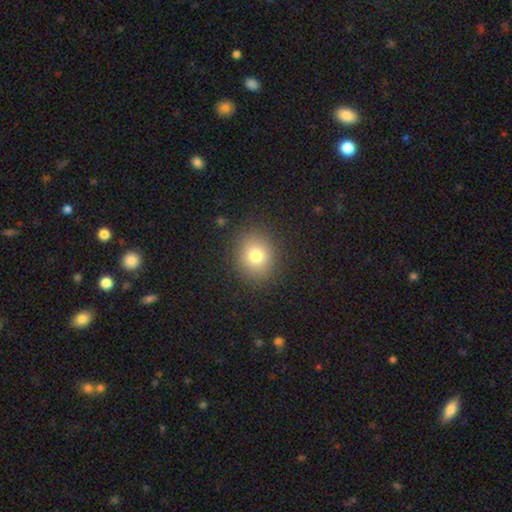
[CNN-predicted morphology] Smooth or featured? smooth (77%)
How rounded? round (75%)
Merging? none (88%)